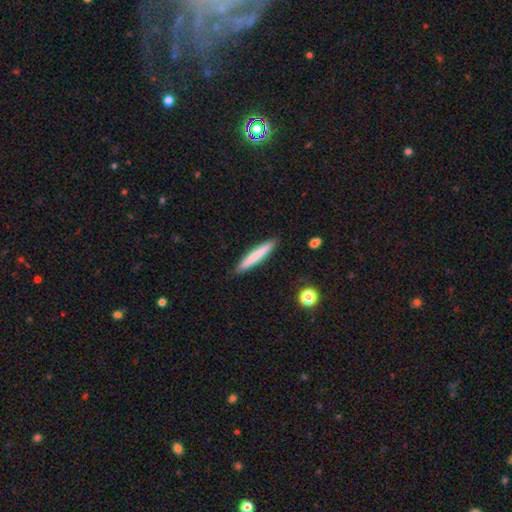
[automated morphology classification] Q: Smooth or featured?
A: smooth (74%); runner-up: featured or disk (20%)
Q: How rounded?
A: cigar-shaped (94%); runner-up: in between (5%)
Q: Merging?
A: none (90%); runner-up: minor disturbance (7%)